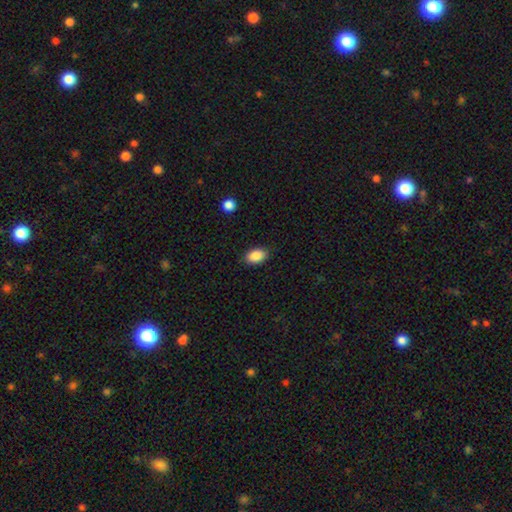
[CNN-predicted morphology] smooth_or_featured: smooth (p=0.88) [alt: star or artifact p=0.08]
how_rounded: in between (p=0.89) [alt: round p=0.10]
merging: none (p=0.87) [alt: minor disturbance p=0.09]